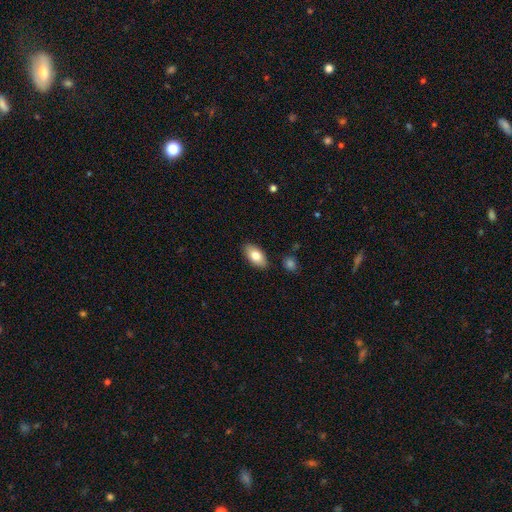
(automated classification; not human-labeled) Smooth or featured?
  - smooth: 81% *
  - featured or disk: 13%
  - star or artifact: 7%
How rounded?
  - in between: 93% *
  - round: 4%
  - cigar-shaped: 3%
Merging?
  - none: 87% *
  - minor disturbance: 9%
  - major disturbance: 2%
  - merger: 2%